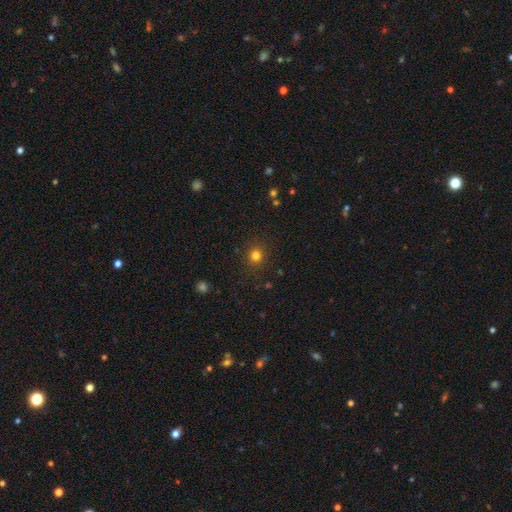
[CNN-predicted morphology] Smooth or featured? smooth (80%)
How rounded? round (89%)
Merging? none (89%)